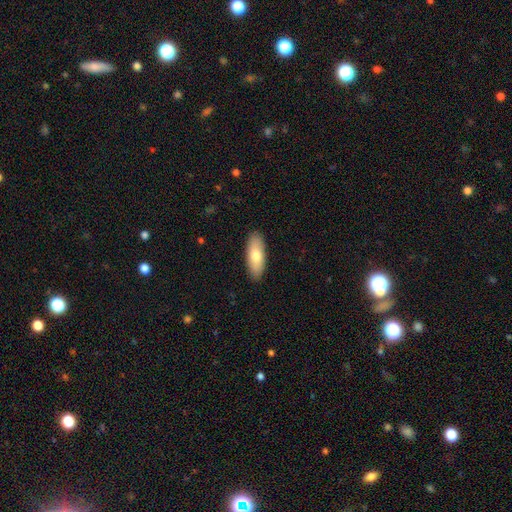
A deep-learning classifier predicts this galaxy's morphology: Smooth or featured? smooth (75%)
How rounded? in between (75%)
Merging? none (89%)